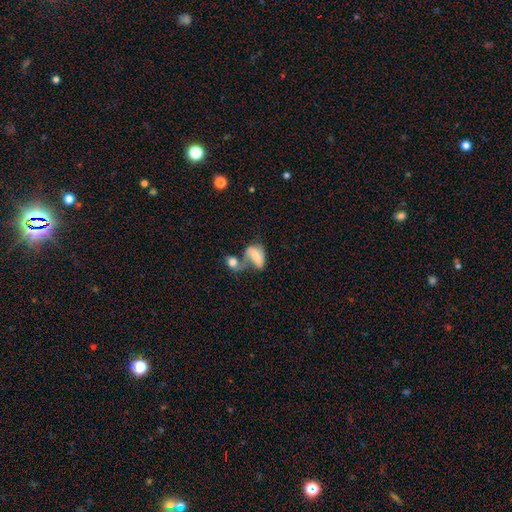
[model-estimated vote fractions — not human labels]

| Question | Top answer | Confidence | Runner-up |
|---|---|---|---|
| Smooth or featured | smooth | 60% | featured or disk (31%) |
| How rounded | in between | 87% | round (10%) |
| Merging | merger | 54% | none (18%) |